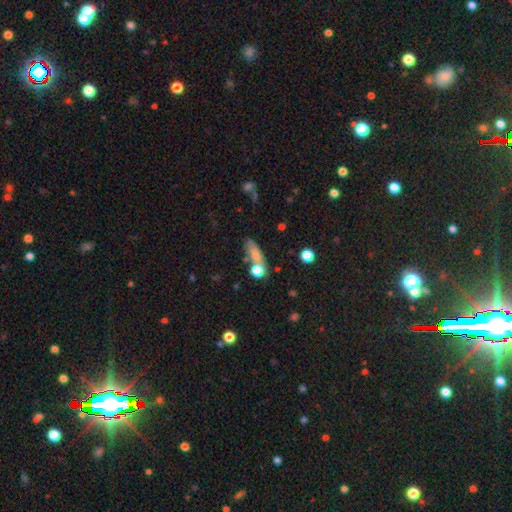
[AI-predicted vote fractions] This appears to be a smooth galaxy with no disk features (73%) that is in between round and cigar-shaped (51%). Merging: none (53%).